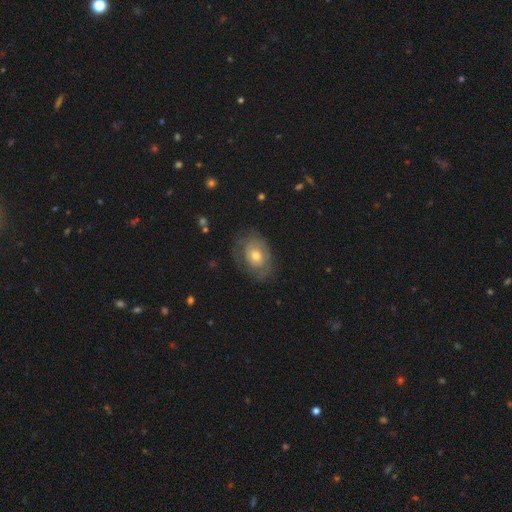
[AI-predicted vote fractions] Overall: featured or disk (55%; smooth 37%). Edge-on disk: no (95%). Bar: no (82%). Spiral arms: yes (63%; no 37%). Bulge size: moderate (66%). Merging: none (70%).